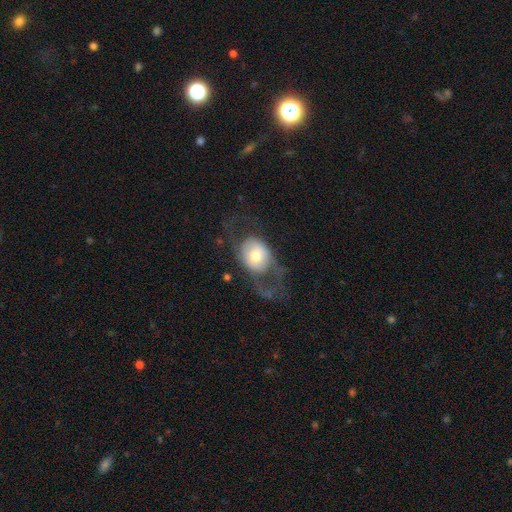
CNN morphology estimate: Overall: smooth (51%; featured or disk 42%). How rounded: in between (54%; round 45%). Merging: major disturbance (43%; none 36%).